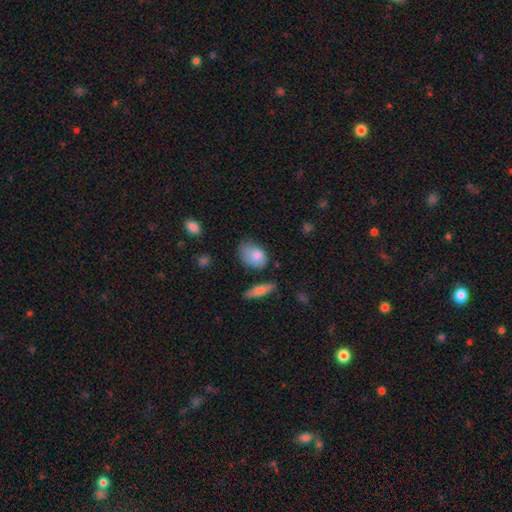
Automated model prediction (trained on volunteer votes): smooth 80%, featured or disk 13%, star or artifact 7%. Down the decision tree: how rounded — in between (83%); merging — none (49%).